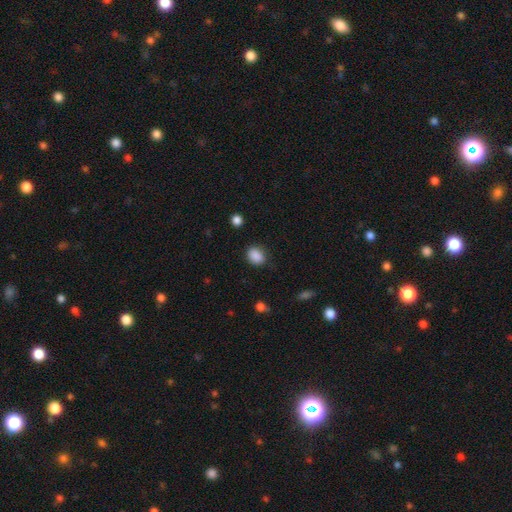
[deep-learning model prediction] smooth 88%, star or artifact 9%, featured or disk 3%. Down the decision tree: how rounded — in between (58%); merging — none (81%).